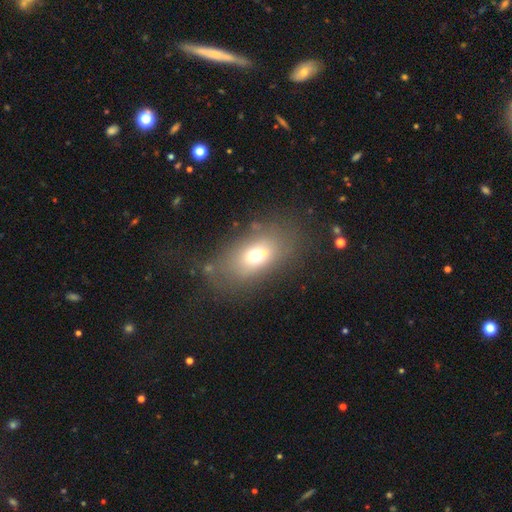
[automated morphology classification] Q: Smooth or featured?
A: smooth (61%); runner-up: featured or disk (23%)
Q: How rounded?
A: in between (73%); runner-up: round (24%)
Q: Merging?
A: none (55%); runner-up: merger (21%)